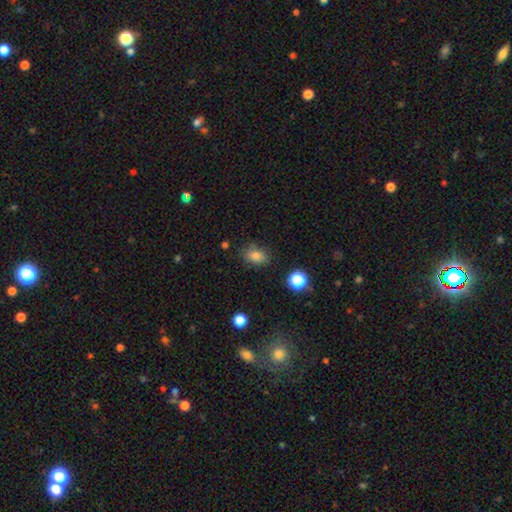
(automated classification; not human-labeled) This appears to be a smooth galaxy with no disk features (82%) that is in between round and cigar-shaped (73%). Merging: none (78%).